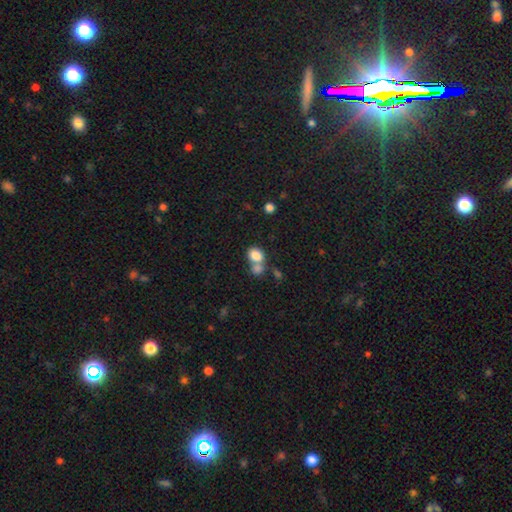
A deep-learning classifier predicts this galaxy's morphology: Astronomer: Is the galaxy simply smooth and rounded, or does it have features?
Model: smooth — 82%.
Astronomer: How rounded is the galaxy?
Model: in between — 50% (runner-up: round, 49%).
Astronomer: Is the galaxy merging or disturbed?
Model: merger — 51% (runner-up: none, 36%).